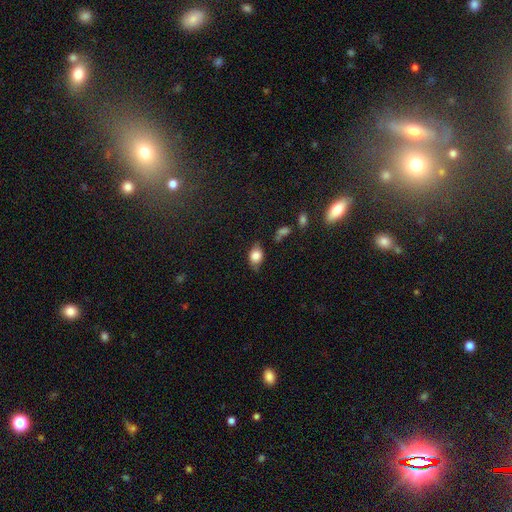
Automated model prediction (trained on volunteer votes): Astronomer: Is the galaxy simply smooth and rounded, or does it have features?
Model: smooth — 78%.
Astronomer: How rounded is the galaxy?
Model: in between — 73%.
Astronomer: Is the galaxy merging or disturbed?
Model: none — 64%.